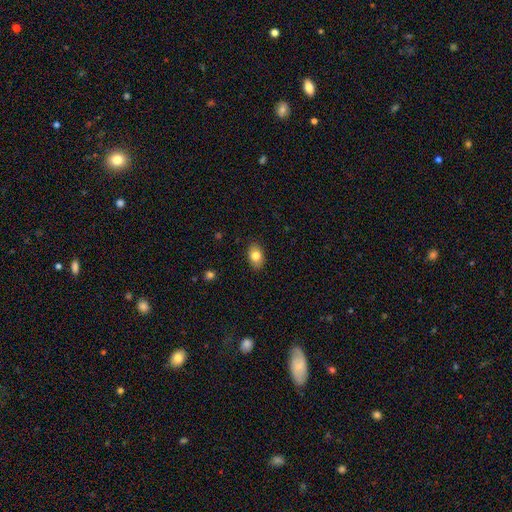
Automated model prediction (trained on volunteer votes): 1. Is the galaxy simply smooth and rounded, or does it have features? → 80% smooth, 11% featured or disk, 8% star or artifact.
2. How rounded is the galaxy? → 84% in between, 15% round, 1% cigar-shaped.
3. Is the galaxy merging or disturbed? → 88% none, 9% minor disturbance, 2% major disturbance, 1% merger.